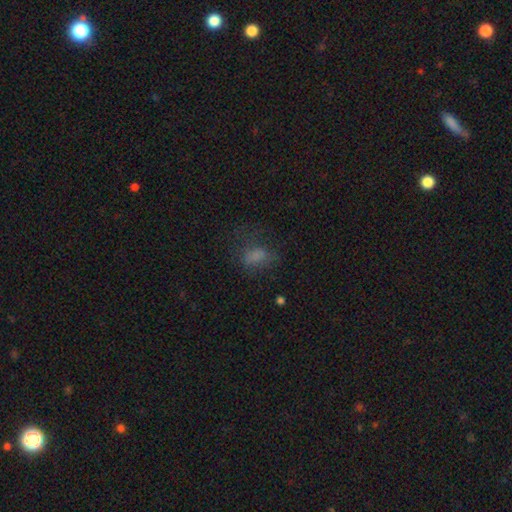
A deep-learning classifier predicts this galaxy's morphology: Overall: smooth (69%). How rounded: in between (77%). Merging: none (48%; major disturbance 27%).